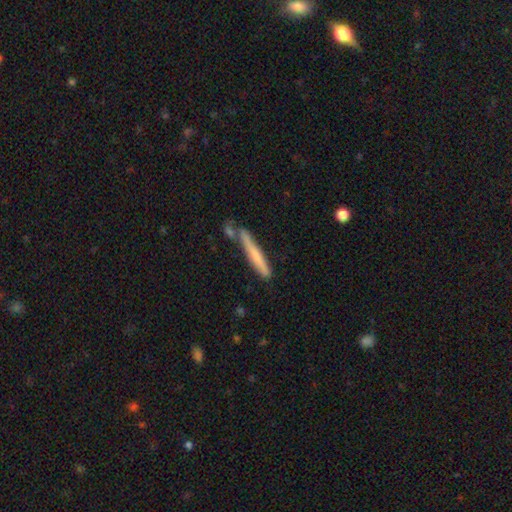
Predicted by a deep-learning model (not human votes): smooth-or-featured: smooth: 57% | featured or disk: 37% | star or artifact: 6%
  how-rounded: cigar-shaped: 95% | in between: 4% | round: 1%
  merging: none: 68% | minor disturbance: 17% | merger: 12% | major disturbance: 4%